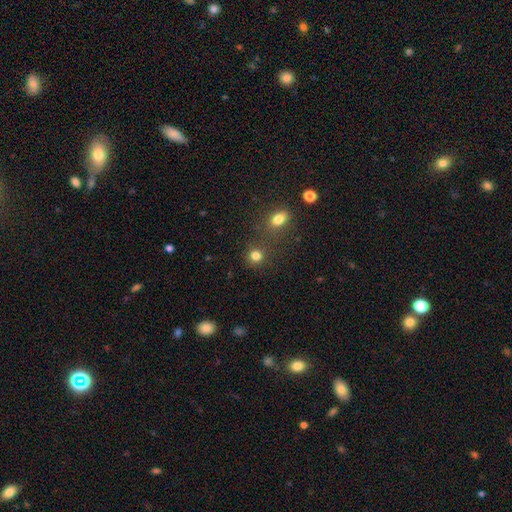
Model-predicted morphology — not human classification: smooth_or_featured: smooth (p=0.80) [alt: star or artifact p=0.14]
how_rounded: round (p=0.86) [alt: in between p=0.13]
merging: none (p=0.73) [alt: merger p=0.14]